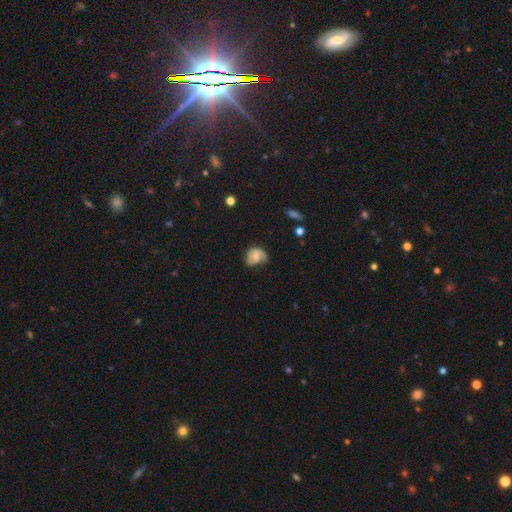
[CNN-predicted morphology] A smooth galaxy with no disk features (48%).

Vote fractions:
- Smooth or featured? smooth: 48% / featured or disk: 43% / star or artifact: 9%
- Merging? none: 40% / minor disturbance: 36% / major disturbance: 22% / merger: 3%